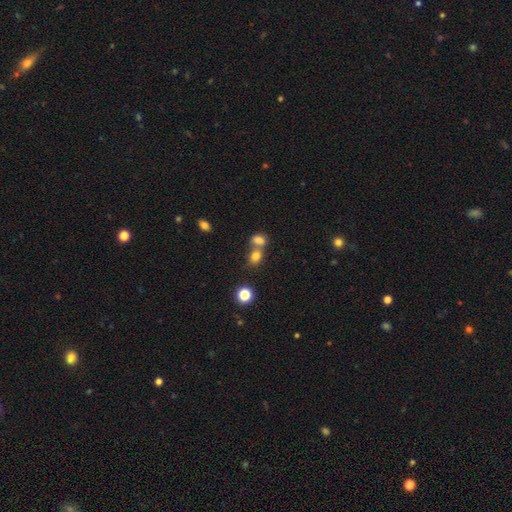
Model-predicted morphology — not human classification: A smooth galaxy with no disk features (78%) that is in between round and cigar-shaped (55%).

Vote fractions:
- Smooth or featured? smooth: 78% / star or artifact: 13% / featured or disk: 9%
- How rounded? in between: 55% / round: 43% / cigar-shaped: 2%
- Merging? merger: 51% / none: 38% / minor disturbance: 8% / major disturbance: 3%